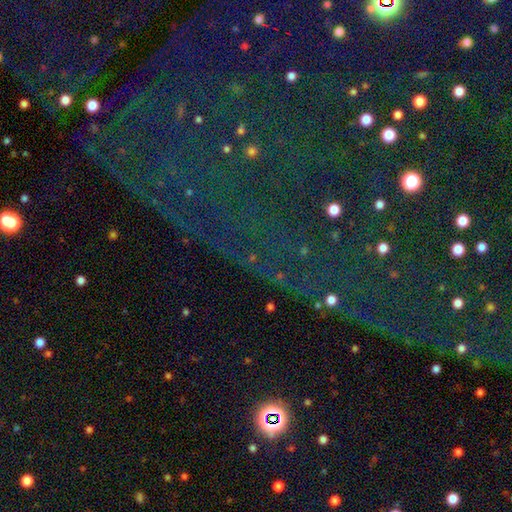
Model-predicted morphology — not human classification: smooth-or-featured: star or artifact: 84% | smooth: 8% | featured or disk: 8%